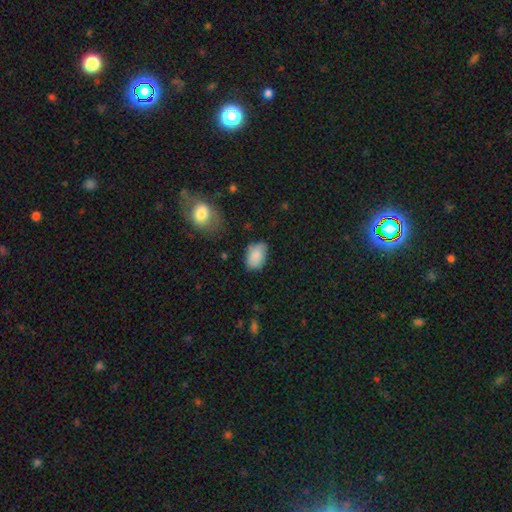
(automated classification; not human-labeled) Q: Smooth or featured?
A: smooth (85%); runner-up: star or artifact (8%)
Q: How rounded?
A: in between (84%); runner-up: round (15%)
Q: Merging?
A: none (65%); runner-up: minor disturbance (27%)